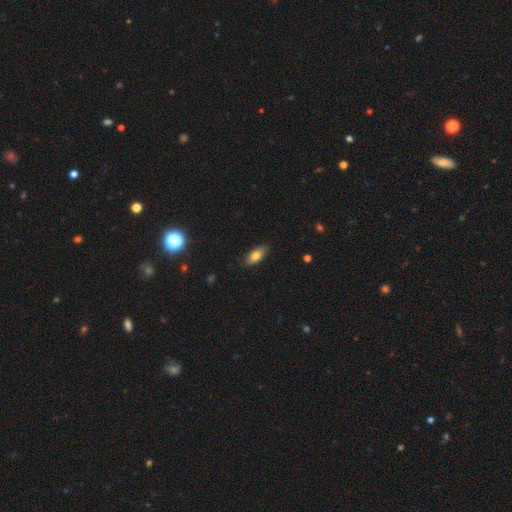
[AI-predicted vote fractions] Smooth or featured?
  - smooth: 76% *
  - featured or disk: 16%
  - star or artifact: 8%
How rounded?
  - in between: 86% *
  - cigar-shaped: 11%
  - round: 3%
Merging?
  - none: 82% *
  - minor disturbance: 14%
  - major disturbance: 3%
  - merger: 1%